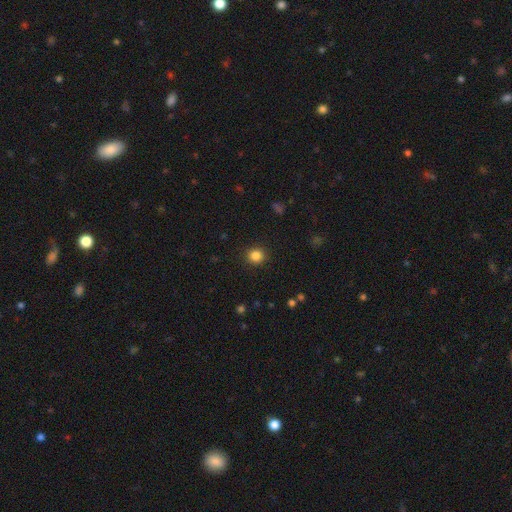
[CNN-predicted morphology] A smooth galaxy with no disk features (85%) that is round (89%).

Vote fractions:
- Smooth or featured? smooth: 85% / star or artifact: 11% / featured or disk: 4%
- How rounded? round: 89% / in between: 10% / cigar-shaped: 1%
- Merging? none: 91% / minor disturbance: 6% / major disturbance: 2% / merger: 1%